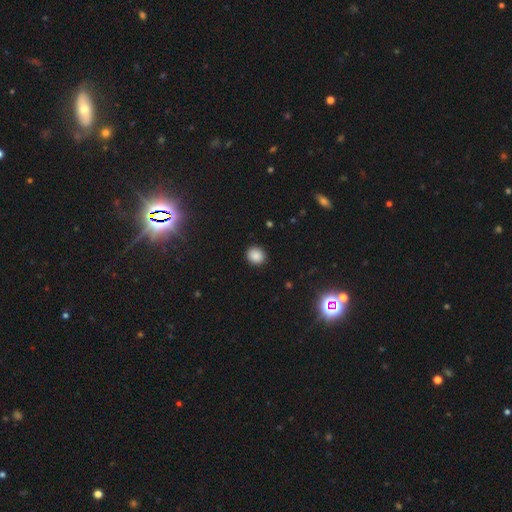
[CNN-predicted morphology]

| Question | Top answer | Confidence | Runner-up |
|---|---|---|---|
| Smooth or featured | smooth | 86% | star or artifact (11%) |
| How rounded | round | 83% | in between (16%) |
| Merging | none | 91% | minor disturbance (6%) |